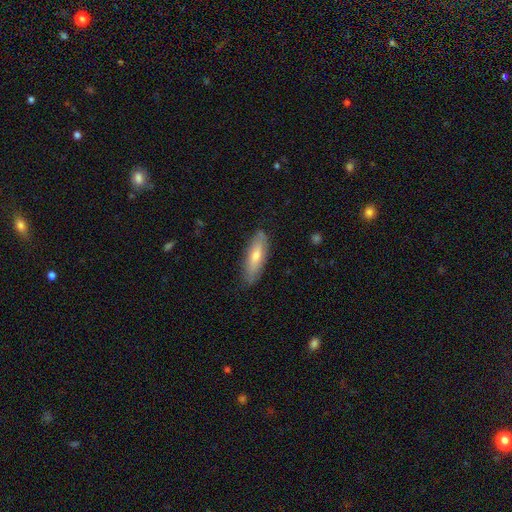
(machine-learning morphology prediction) A smooth galaxy with no disk features (66%) that is cigar-shaped (50%). Merging: none (81%).